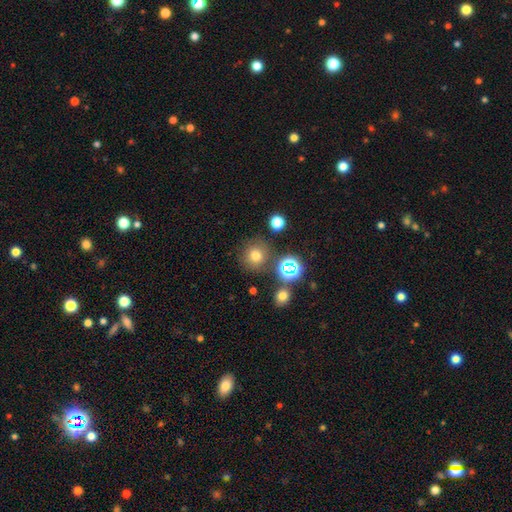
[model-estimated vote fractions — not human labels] smooth-or-featured: smooth: 71% | star or artifact: 21% | featured or disk: 9%
  how-rounded: round: 89% | in between: 10% | cigar-shaped: 1%
  merging: none: 80% | minor disturbance: 10% | merger: 6% | major disturbance: 4%